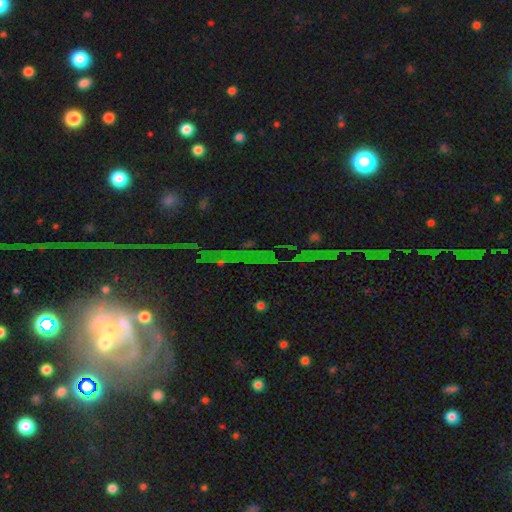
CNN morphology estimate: Smooth or featured?
  - star or artifact: 45% *
  - featured or disk: 41%
  - smooth: 14%